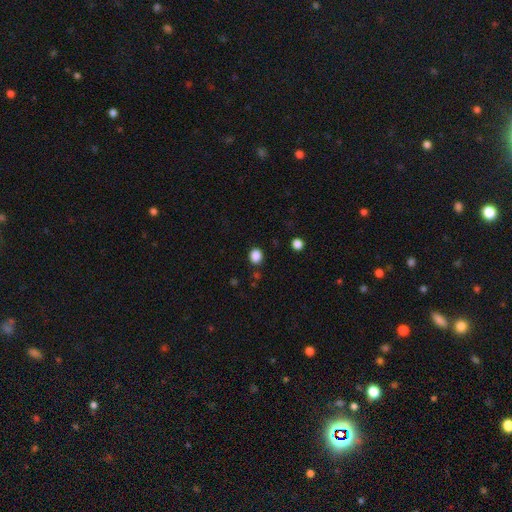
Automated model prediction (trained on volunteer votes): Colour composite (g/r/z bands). It shows a smooth galaxy with no disk features (86%) that is round (66%). Merging: none (86%).